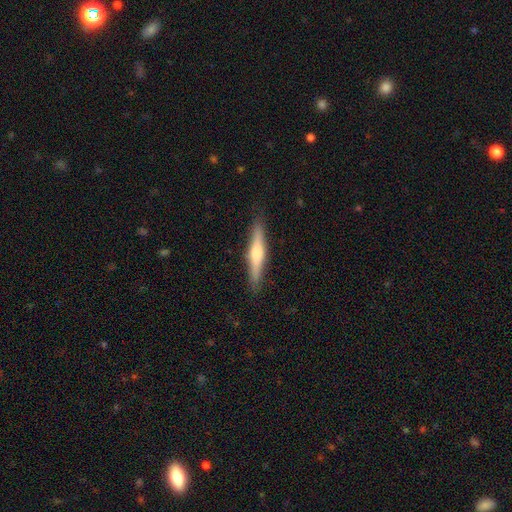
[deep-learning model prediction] This is possibly a featured or disk galaxy (50%). Merging: clearly none (89%).